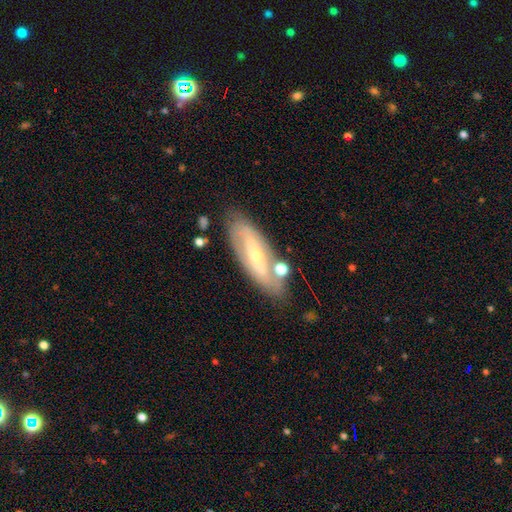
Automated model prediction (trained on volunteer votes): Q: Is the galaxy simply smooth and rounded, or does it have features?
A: featured or disk — 69%.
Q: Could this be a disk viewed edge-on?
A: no — 75%.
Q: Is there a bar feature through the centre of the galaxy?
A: strong — 49%.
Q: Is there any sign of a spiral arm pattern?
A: yes — 52%.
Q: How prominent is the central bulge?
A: small — 55%.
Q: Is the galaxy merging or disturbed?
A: none — 72%.